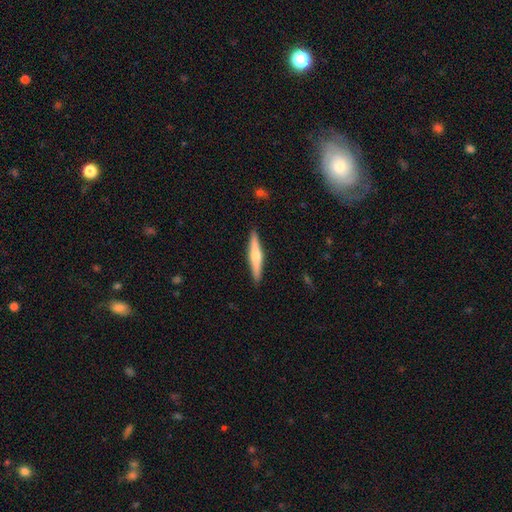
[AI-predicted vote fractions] featured or disk 55%, smooth 40%, star or artifact 5%. Down the decision tree: edge-on disk — yes (97%); edge-on bulge — rounded (87%); merging — none (91%).